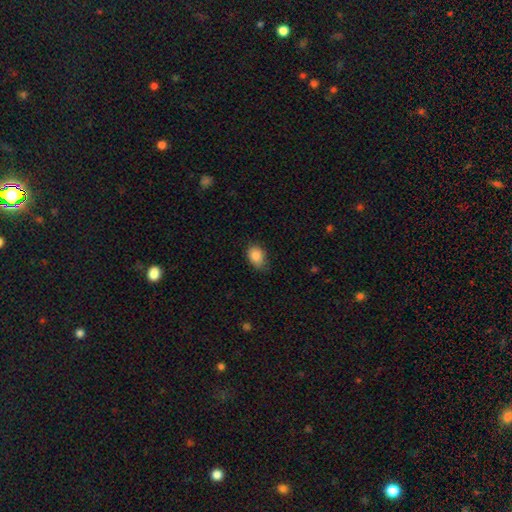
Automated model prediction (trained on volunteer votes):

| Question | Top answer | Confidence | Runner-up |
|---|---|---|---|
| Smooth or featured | smooth | 87% | star or artifact (8%) |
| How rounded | in between | 76% | round (23%) |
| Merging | none | 66% | minor disturbance (28%) |